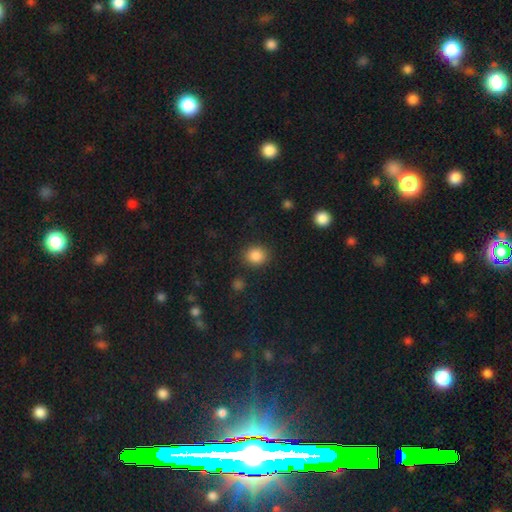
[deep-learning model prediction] Smooth or featured: smooth — 86% (star or artifact — 10%)
How rounded: round — 77% (in between — 22%)
Merging: none — 87% (minor disturbance — 8%)